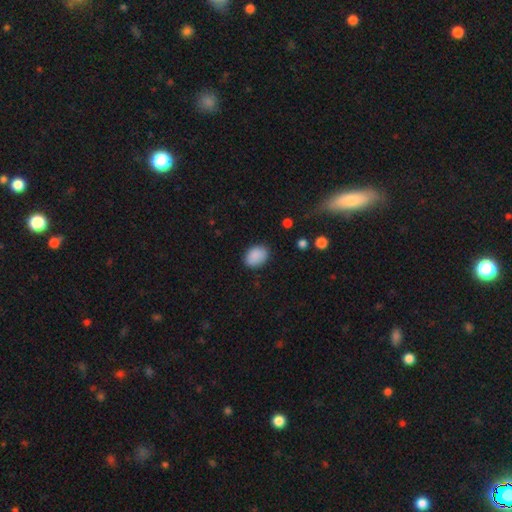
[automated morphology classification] Smooth or featured? Predicted: smooth (p=0.89). How rounded? Predicted: in between (p=0.77). Merging? Predicted: none (p=0.83).